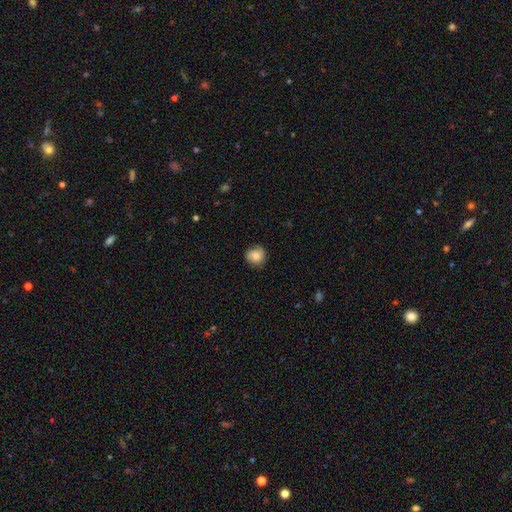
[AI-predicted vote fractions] This is likely a smooth galaxy (76%). How rounded: clearly round (84%). Merging: likely none (74%).